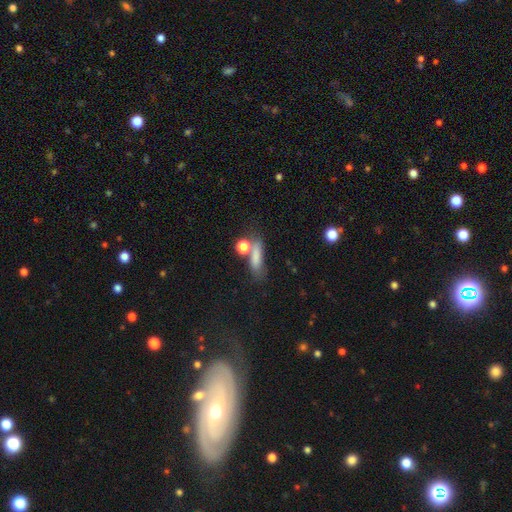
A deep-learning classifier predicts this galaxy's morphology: Smooth or featured?
  - smooth: 75% *
  - featured or disk: 13%
  - star or artifact: 13%
How rounded?
  - cigar-shaped: 48% *
  - in between: 38%
  - round: 14%
Merging?
  - none: 51% *
  - merger: 22%
  - minor disturbance: 16%
  - major disturbance: 10%